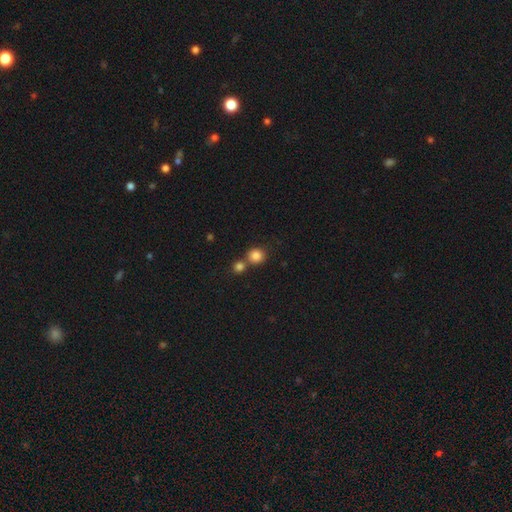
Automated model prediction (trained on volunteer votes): Overall: smooth (84%). How rounded: round (89%). Merging: none (58%; merger 33%).